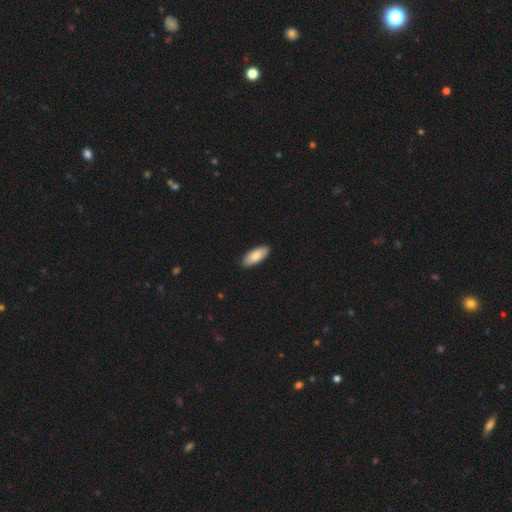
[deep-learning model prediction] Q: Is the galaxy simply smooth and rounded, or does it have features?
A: smooth — 84%.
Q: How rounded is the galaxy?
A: in between — 84%.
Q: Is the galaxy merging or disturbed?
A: none — 90%.